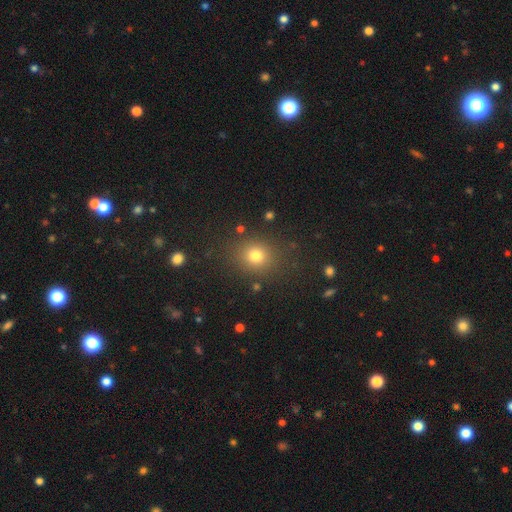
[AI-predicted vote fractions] Smooth or featured? smooth (76%)
How rounded? round (77%)
Merging? none (84%)